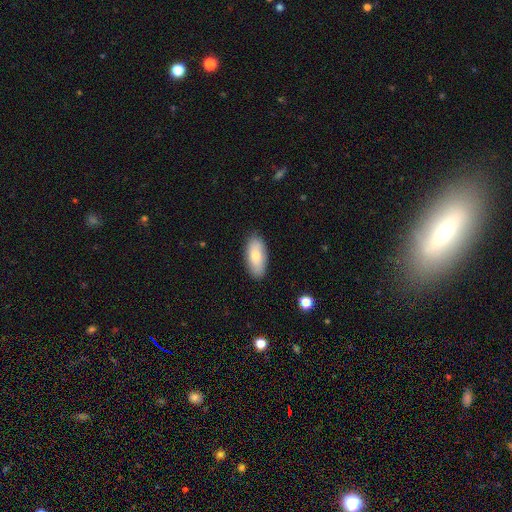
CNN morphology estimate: smooth-or-featured: smooth: 80% | featured or disk: 14% | star or artifact: 6%
  how-rounded: in between: 89% | cigar-shaped: 9% | round: 2%
  merging: none: 86% | minor disturbance: 11% | major disturbance: 2% | merger: 1%